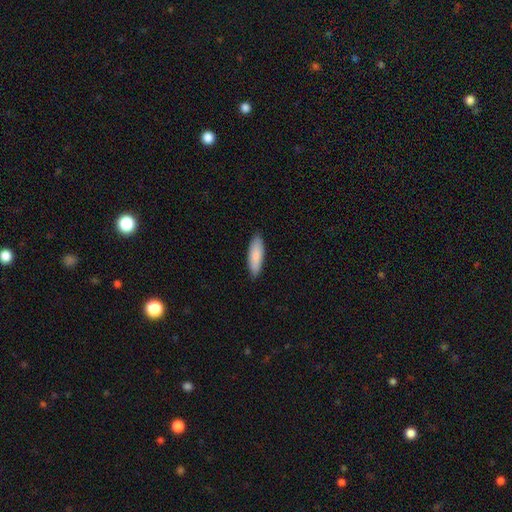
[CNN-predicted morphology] smooth_or_featured: smooth (p=0.87) [alt: featured or disk p=0.08]
how_rounded: cigar-shaped (p=0.50) [alt: in between p=0.49]
merging: none (p=0.88) [alt: minor disturbance p=0.10]